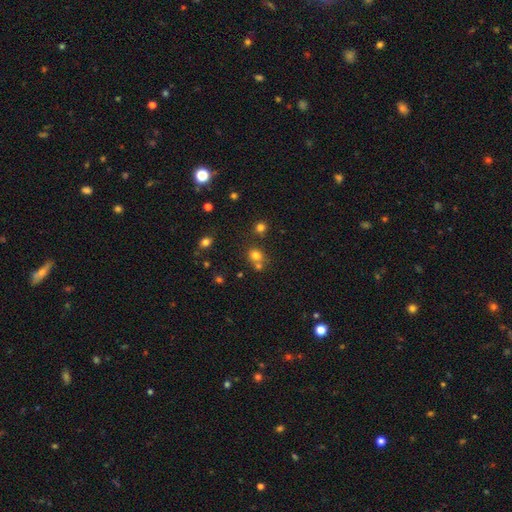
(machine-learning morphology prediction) Q: Smooth or featured?
A: smooth (74%); runner-up: star or artifact (18%)
Q: How rounded?
A: round (79%); runner-up: in between (20%)
Q: Merging?
A: none (58%); runner-up: merger (29%)